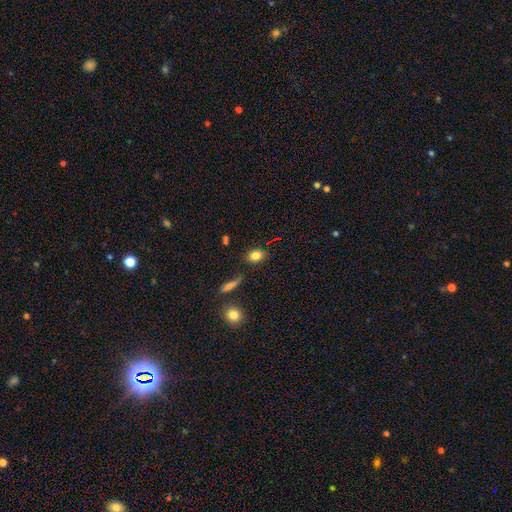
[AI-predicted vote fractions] A smooth galaxy with no disk features (82%) that is in between round and cigar-shaped (67%).

Vote fractions:
- Smooth or featured? smooth: 82% / star or artifact: 10% / featured or disk: 8%
- How rounded? in between: 67% / round: 30% / cigar-shaped: 3%
- Merging? none: 81% / minor disturbance: 12% / major disturbance: 3% / merger: 3%